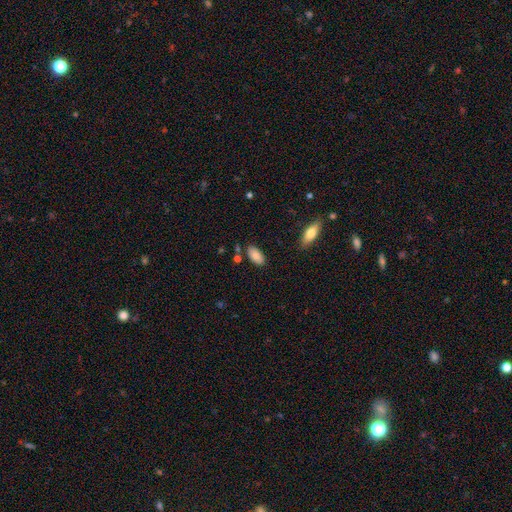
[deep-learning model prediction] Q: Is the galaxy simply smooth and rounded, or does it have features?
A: smooth — 83%.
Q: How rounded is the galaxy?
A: in between — 93%.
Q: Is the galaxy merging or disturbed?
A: none — 82%.